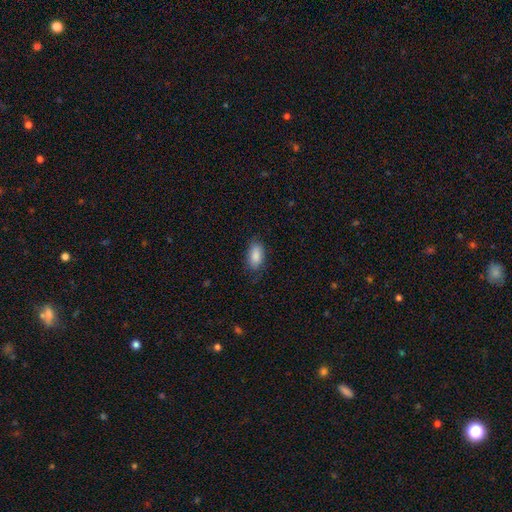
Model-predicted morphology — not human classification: A smooth galaxy with no disk features (87%) that is in between round and cigar-shaped (91%). Merging: none (77%).